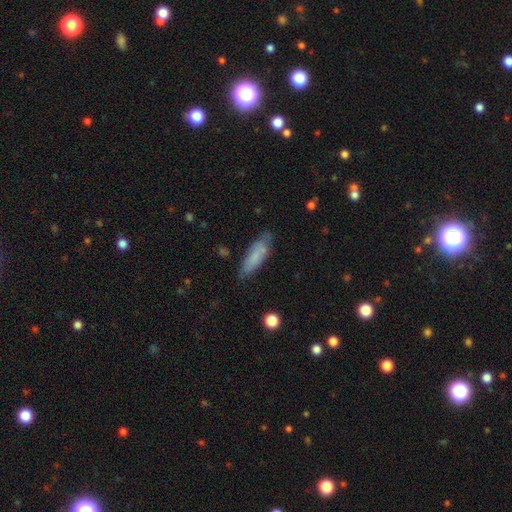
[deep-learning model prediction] smooth 75%, featured or disk 17%, star or artifact 7%. Down the decision tree: how rounded — cigar-shaped (54%); merging — none (70%).